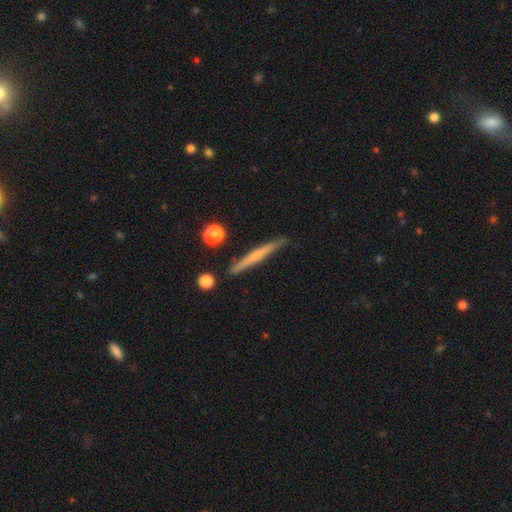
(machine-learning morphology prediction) Smooth or featured?
  - featured or disk: 53% *
  - smooth: 40%
  - star or artifact: 6%
Edge-on disk?
  - yes: 97% *
  - no: 3%
Edge-on bulge?
  - none: 54% *
  - rounded: 37%
  - boxy: 9%
Merging?
  - none: 87% *
  - minor disturbance: 9%
  - merger: 2%
  - major disturbance: 2%